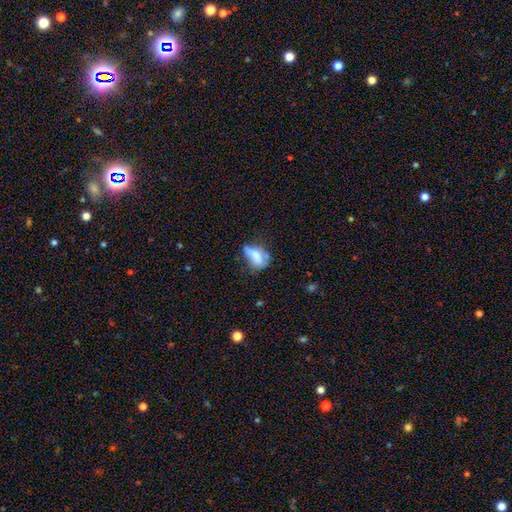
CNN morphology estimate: Overall: smooth (62%; featured or disk 29%). How rounded: in between (79%). Merging: none (35%; minor disturbance 32%).